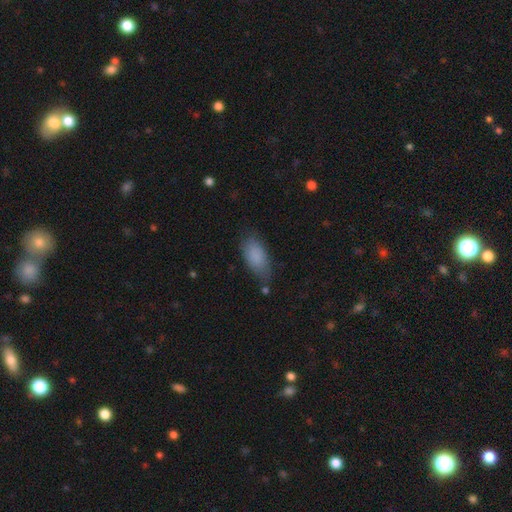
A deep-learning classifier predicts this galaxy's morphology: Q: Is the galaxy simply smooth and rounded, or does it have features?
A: smooth — 85%.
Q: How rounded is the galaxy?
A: in between — 88%.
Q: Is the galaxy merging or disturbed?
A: none — 70%.